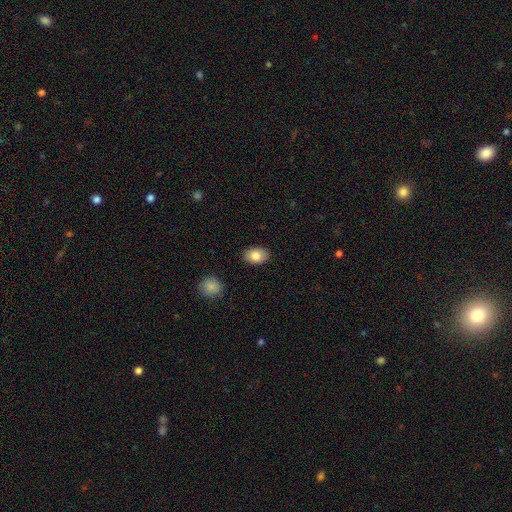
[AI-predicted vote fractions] Morphology: type=smooth (83%); roundness=in between (86%); merging=none (88%).